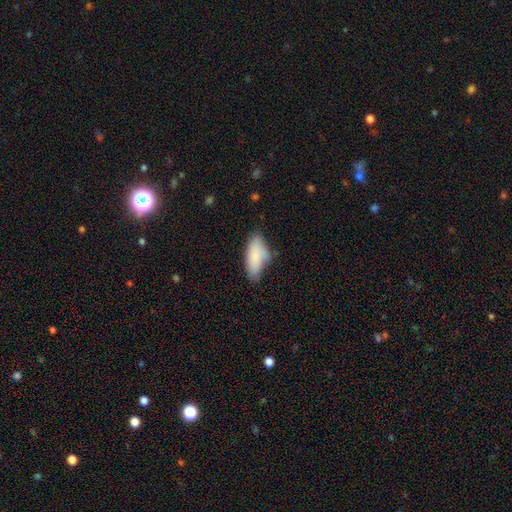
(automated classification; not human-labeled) Smooth or featured? smooth (83%)
How rounded? in between (85%)
Merging? none (59%)